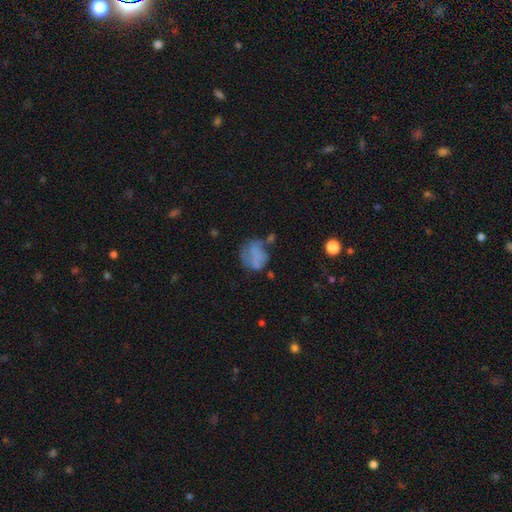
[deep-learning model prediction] This appears to be a smooth galaxy with no disk features (61%) that is round (65%). Merging: none (44%).